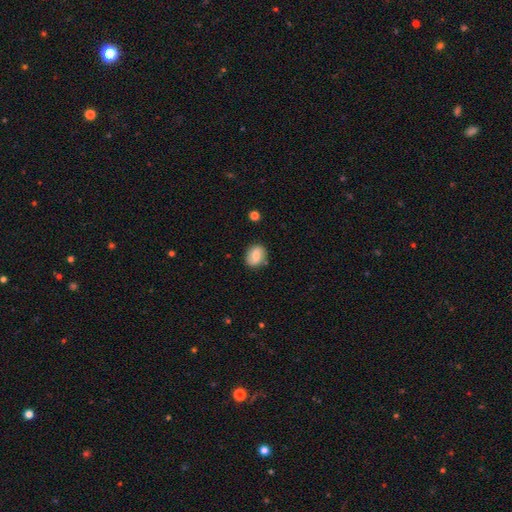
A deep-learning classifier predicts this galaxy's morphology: smooth-or-featured: smooth: 68% | featured or disk: 25% | star or artifact: 8%
  how-rounded: round: 50% | in between: 49% | cigar-shaped: 1%
  merging: none: 83% | minor disturbance: 12% | major disturbance: 3% | merger: 2%